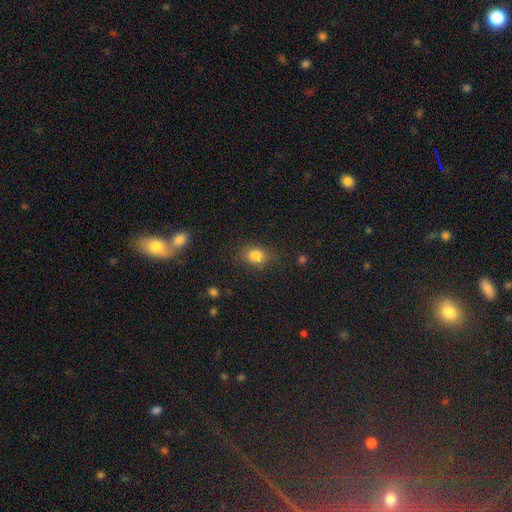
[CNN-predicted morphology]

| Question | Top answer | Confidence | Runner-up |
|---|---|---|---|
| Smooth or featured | smooth | 82% | star or artifact (12%) |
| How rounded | in between | 62% | round (37%) |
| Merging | none | 75% | minor disturbance (16%) |